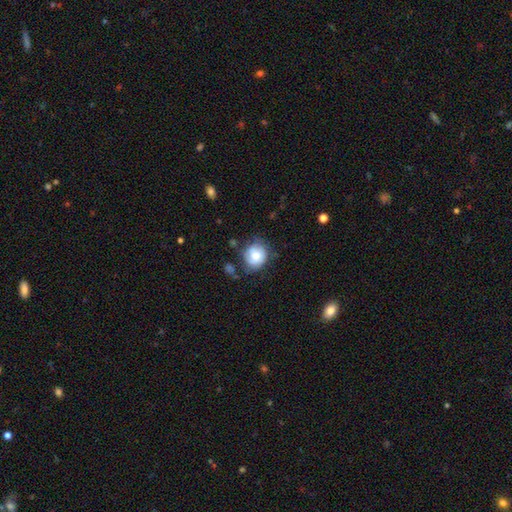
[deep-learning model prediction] Smooth or featured: smooth — 71% (featured or disk — 20%)
How rounded: round — 70% (in between — 29%)
Merging: none — 58% (minor disturbance — 28%)